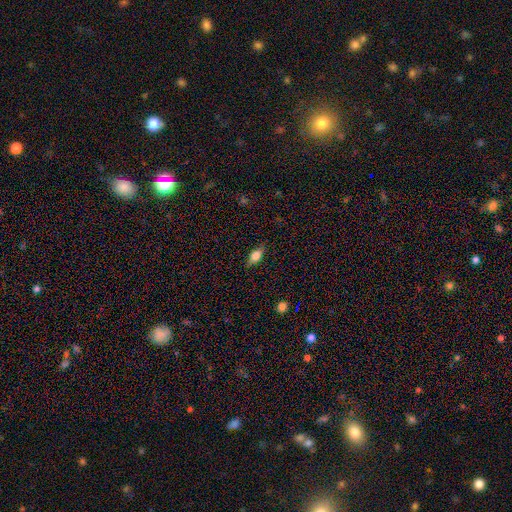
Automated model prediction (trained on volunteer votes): Smooth or featured? smooth (69%)
How rounded? in between (80%)
Merging? none (84%)